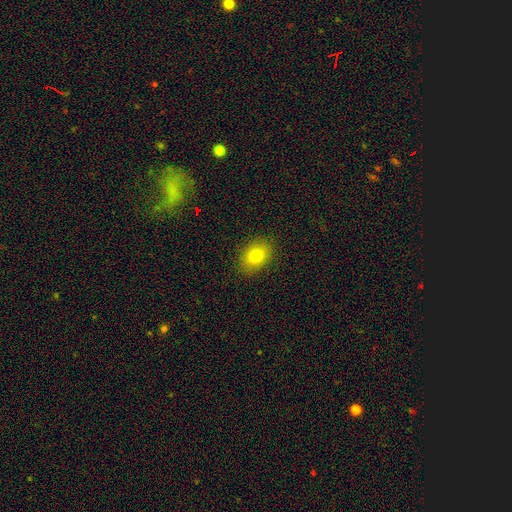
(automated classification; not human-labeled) Smooth or featured? Predicted: smooth (p=0.81). How rounded? Predicted: in between (p=0.74). Merging? Predicted: none (p=0.88).